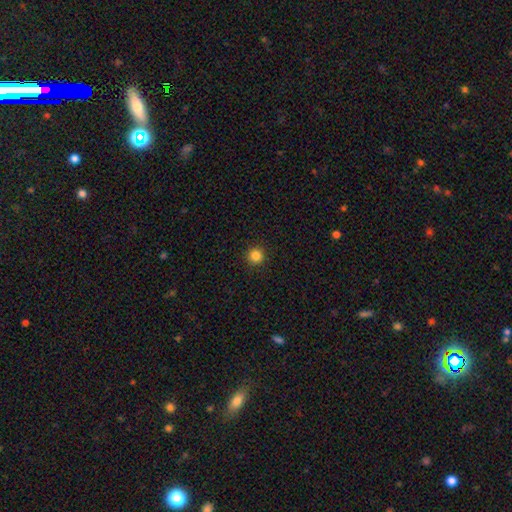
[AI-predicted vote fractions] A smooth galaxy with no disk features (84%) that is round (96%). Merging: none (93%).